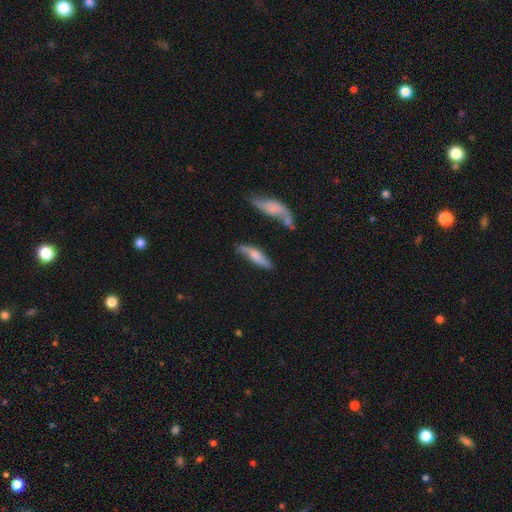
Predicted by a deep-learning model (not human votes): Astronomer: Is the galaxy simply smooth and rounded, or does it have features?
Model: smooth — 56% (runner-up: featured or disk, 38%).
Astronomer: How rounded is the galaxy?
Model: cigar-shaped — 68%.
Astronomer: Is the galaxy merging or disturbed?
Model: none — 57%.